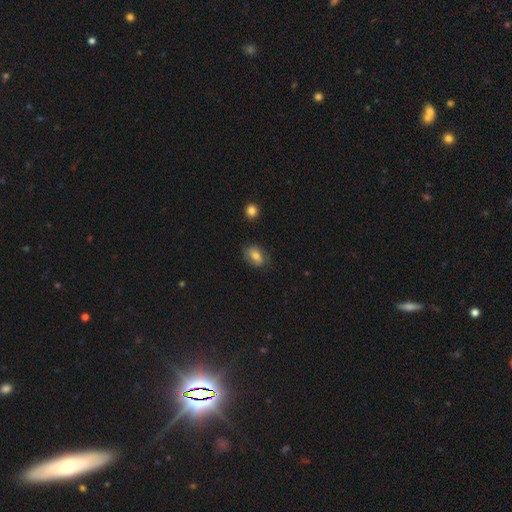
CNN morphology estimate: A smooth galaxy with no disk features (76%) that is in between round and cigar-shaped (80%).

Vote fractions:
- Smooth or featured? smooth: 76% / featured or disk: 15% / star or artifact: 9%
- How rounded? in between: 80% / round: 18% / cigar-shaped: 2%
- Merging? none: 73% / minor disturbance: 20% / major disturbance: 5% / merger: 1%